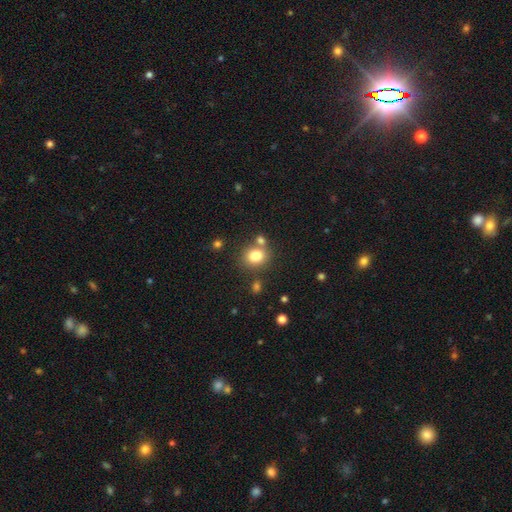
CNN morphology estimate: This appears to be a smooth galaxy with no disk features (80%) that is round (71%). Merging: none (67%).